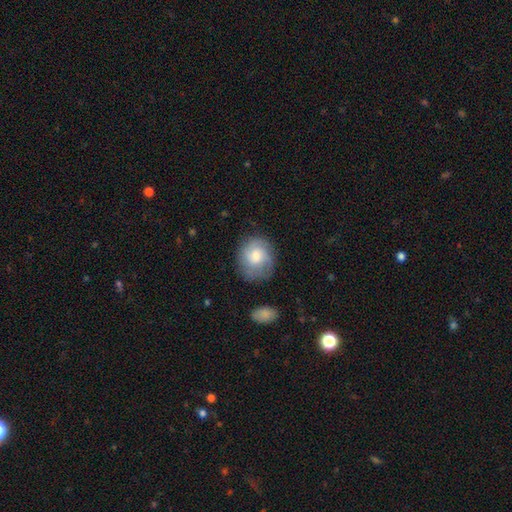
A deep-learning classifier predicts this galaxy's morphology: Q: Smooth or featured?
A: smooth (49%); runner-up: featured or disk (44%)
Q: Merging?
A: none (72%); runner-up: minor disturbance (20%)